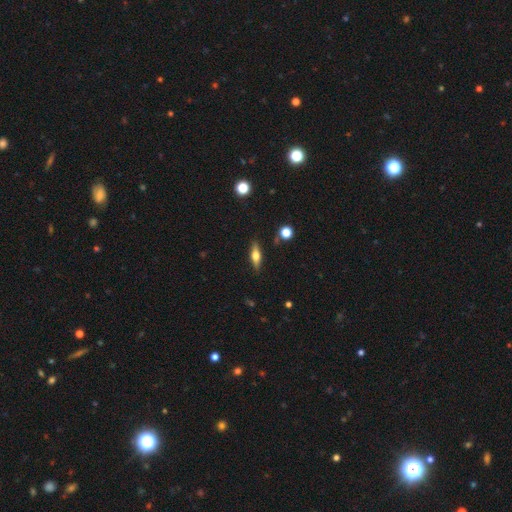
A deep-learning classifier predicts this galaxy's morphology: Smooth or featured: featured or disk — 48% (smooth — 44%)
Merging: none — 85% (minor disturbance — 10%)